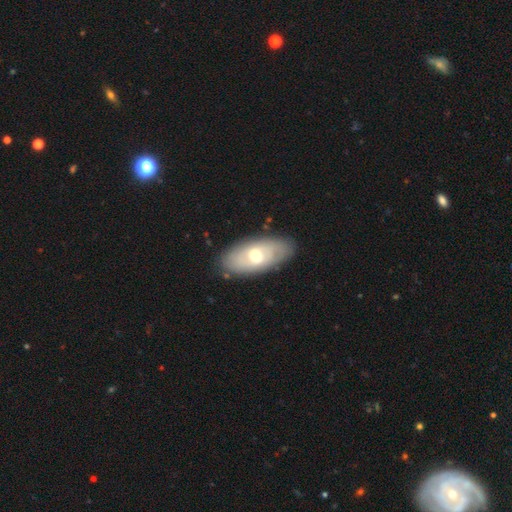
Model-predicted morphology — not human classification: Smooth or featured?
  - smooth: 48% *
  - featured or disk: 46%
  - star or artifact: 6%
Merging?
  - none: 83% *
  - minor disturbance: 12%
  - major disturbance: 3%
  - merger: 1%